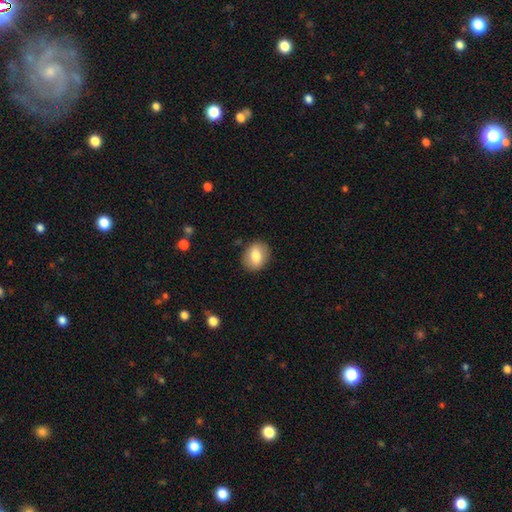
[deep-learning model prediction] smooth 77%, featured or disk 16%, star or artifact 8%. Down the decision tree: how rounded — round (50%); merging — none (87%).